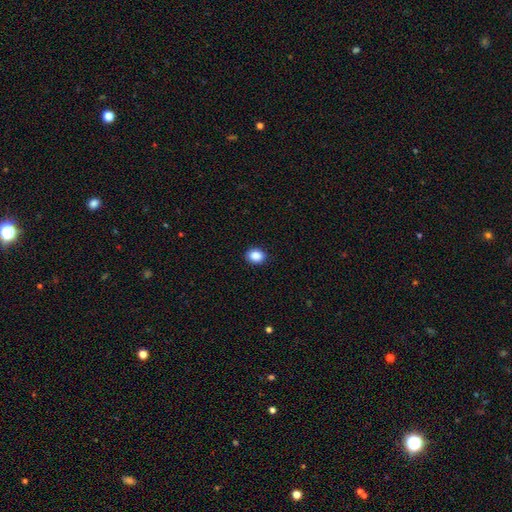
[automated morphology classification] This is clearly a smooth galaxy (89%). How rounded: possibly round (59%). Merging: clearly none (90%).